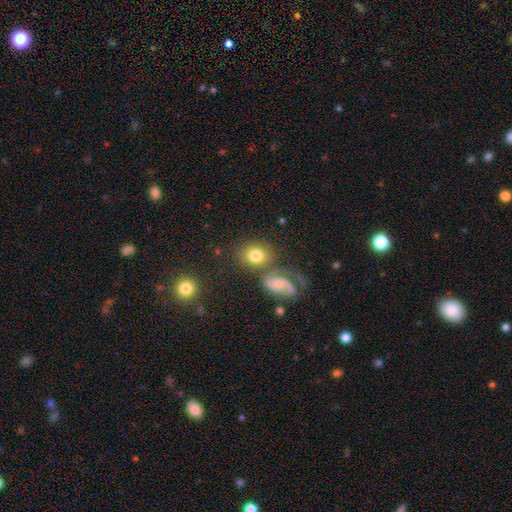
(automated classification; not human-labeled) Smooth or featured?
  - smooth: 67% *
  - featured or disk: 23%
  - star or artifact: 10%
How rounded?
  - round: 54% *
  - in between: 45%
  - cigar-shaped: 1%
Merging?
  - none: 60% *
  - merger: 19%
  - minor disturbance: 13%
  - major disturbance: 7%